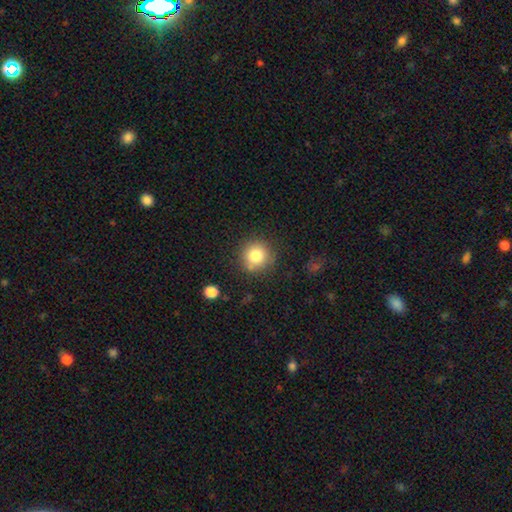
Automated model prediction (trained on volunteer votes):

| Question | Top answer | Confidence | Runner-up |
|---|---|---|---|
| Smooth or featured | smooth | 81% | star or artifact (11%) |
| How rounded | round | 92% | in between (7%) |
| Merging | none | 80% | minor disturbance (13%) |